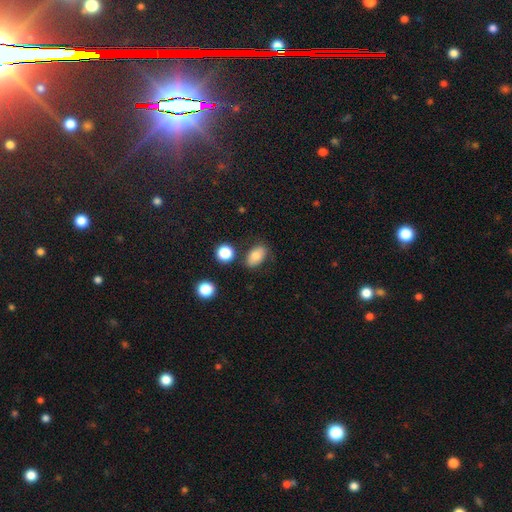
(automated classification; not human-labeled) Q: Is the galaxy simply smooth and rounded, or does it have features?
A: smooth — 80%.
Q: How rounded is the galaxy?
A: in between — 87%.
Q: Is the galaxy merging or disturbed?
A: none — 76%.